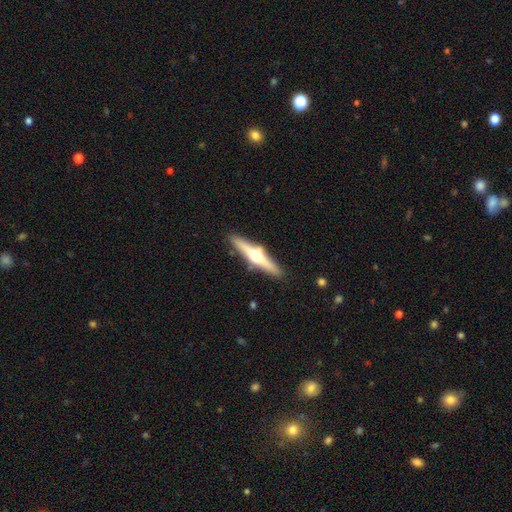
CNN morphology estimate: type=featured or disk (68%); edge-on=yes (97%); edge-on bulge=rounded (95%); merging=none (87%).